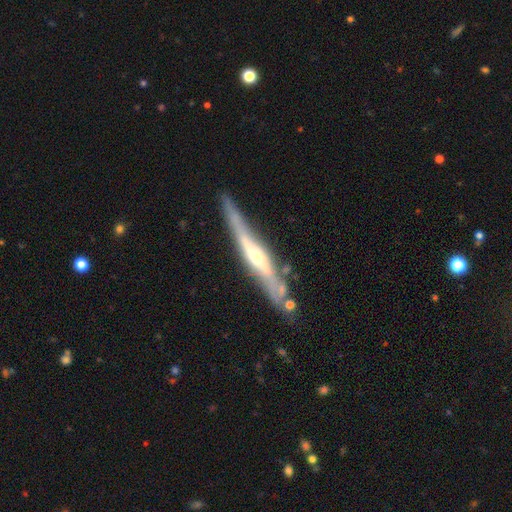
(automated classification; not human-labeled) Smooth or featured? featured or disk (76%)
Edge-on disk? yes (89%)
Edge-on bulge? rounded (78%)
Merging? none (74%)